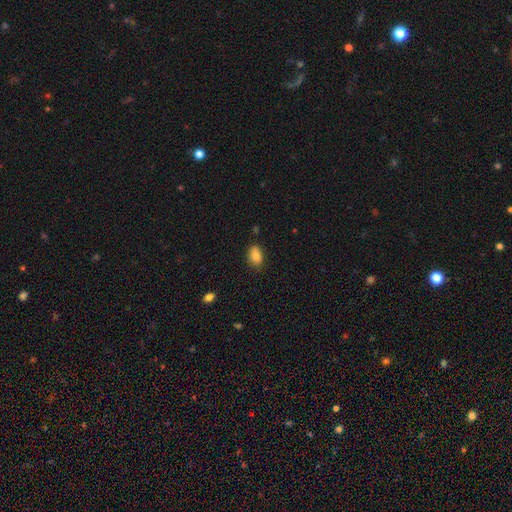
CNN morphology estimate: smooth-or-featured: smooth: 84% | star or artifact: 9% | featured or disk: 7%
  how-rounded: in between: 83% | round: 15% | cigar-shaped: 2%
  merging: none: 74% | minor disturbance: 20% | major disturbance: 3% | merger: 3%